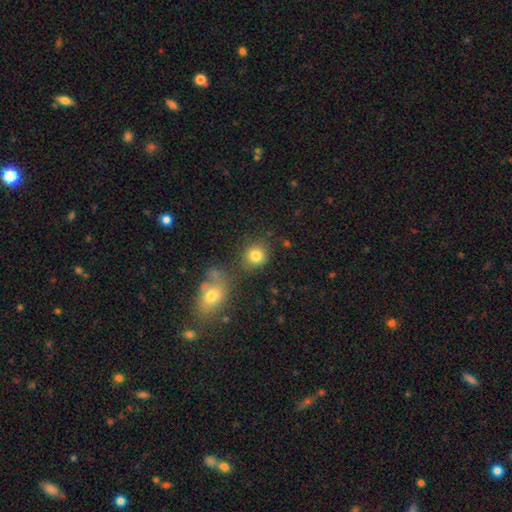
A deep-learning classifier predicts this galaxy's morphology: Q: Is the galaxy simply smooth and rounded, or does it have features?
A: smooth — 82%.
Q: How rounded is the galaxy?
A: round — 79%.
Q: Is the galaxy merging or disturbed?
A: none — 71%.